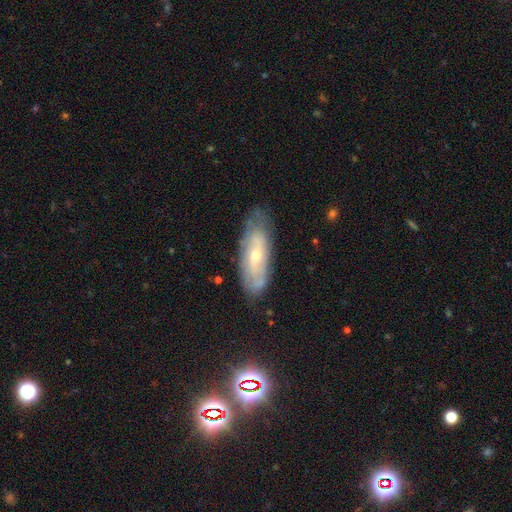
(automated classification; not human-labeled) smooth-or-featured: featured or disk: 63% | smooth: 30% | star or artifact: 7%
  disk-edge-on: no: 81% | yes: 19%
    bar: no: 68% | weak: 26% | strong: 6%
    has-spiral-arms: yes: 71% | no: 29%
    bulge-size: small: 56% | moderate: 40% | large: 2% | none: 1% | dominant: 1%
  merging: none: 72% | minor disturbance: 21% | major disturbance: 5% | merger: 2%